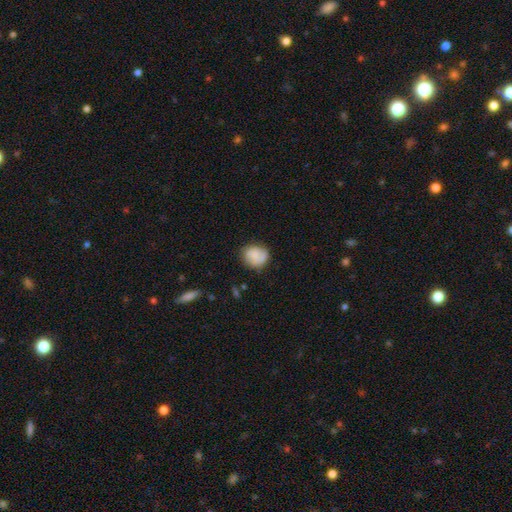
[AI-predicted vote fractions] Smooth or featured? smooth (72%)
How rounded? round (74%)
Merging? none (67%)